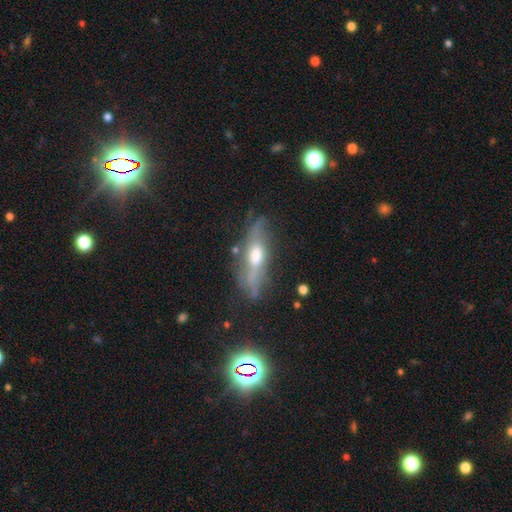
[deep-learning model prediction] Overall: featured or disk (60%; smooth 27%). Edge-on disk: yes (66%; no 34%). Merging: none (63%; minor disturbance 23%).